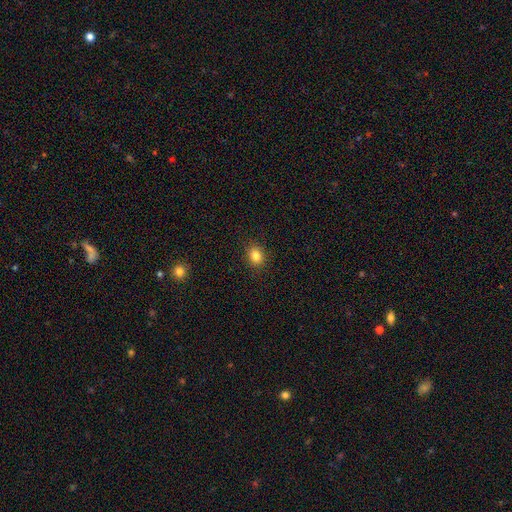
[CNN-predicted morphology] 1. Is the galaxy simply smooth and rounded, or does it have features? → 83% smooth, 11% star or artifact, 5% featured or disk.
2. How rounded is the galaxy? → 55% round, 44% in between, 1% cigar-shaped.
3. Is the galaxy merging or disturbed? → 89% none, 7% minor disturbance, 2% major disturbance, 1% merger.